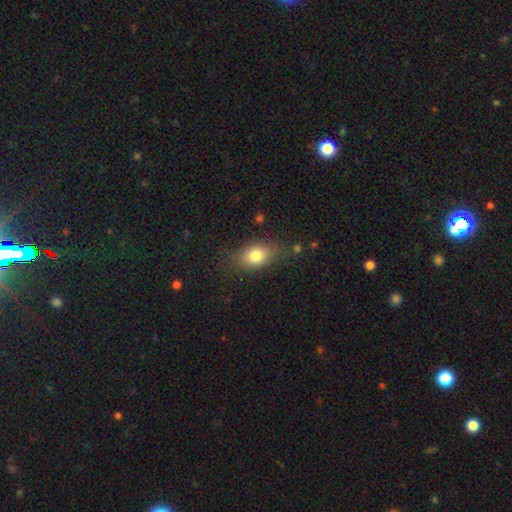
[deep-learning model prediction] A smooth galaxy with no disk features (79%) that is in between round and cigar-shaped (73%). Merging: none (75%).